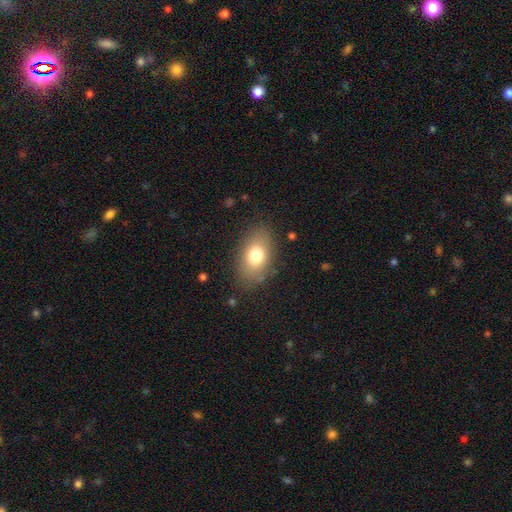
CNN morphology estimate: Smooth or featured? smooth (75%)
How rounded? in between (85%)
Merging? none (82%)